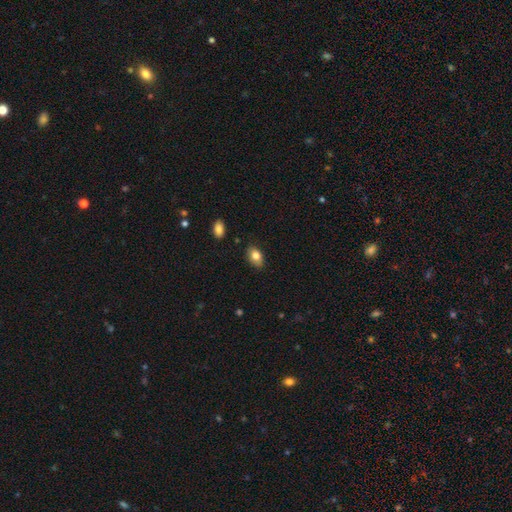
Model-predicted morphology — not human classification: Smooth or featured: smooth — 81% (featured or disk — 11%)
How rounded: in between — 86% (round — 12%)
Merging: none — 83% (minor disturbance — 13%)